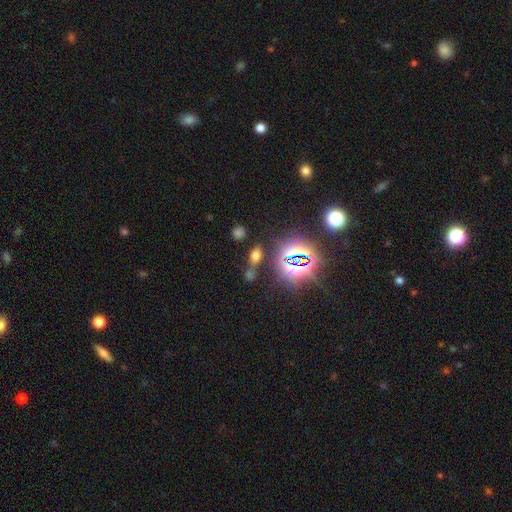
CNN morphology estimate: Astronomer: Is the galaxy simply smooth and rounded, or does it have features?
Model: smooth — 50% (runner-up: star or artifact, 39%).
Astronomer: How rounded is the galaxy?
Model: in between — 71%.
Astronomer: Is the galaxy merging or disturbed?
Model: none — 61%.